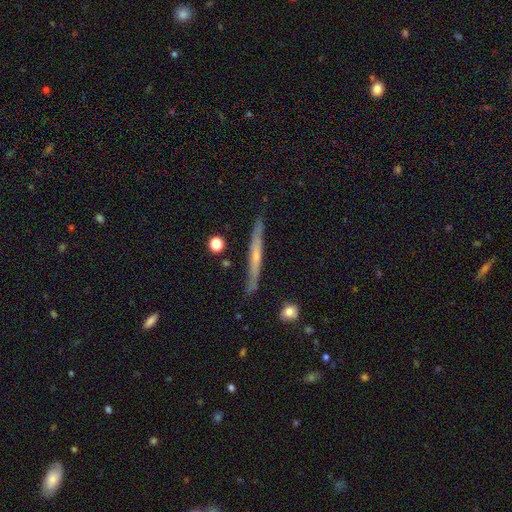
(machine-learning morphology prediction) smooth-or-featured: featured or disk: 63% | smooth: 31% | star or artifact: 6%
  disk-edge-on: yes: 94% | no: 6%
    edge-on-bulge: none: 53% | rounded: 43% | boxy: 4%
  merging: none: 85% | minor disturbance: 11% | major disturbance: 2% | merger: 2%